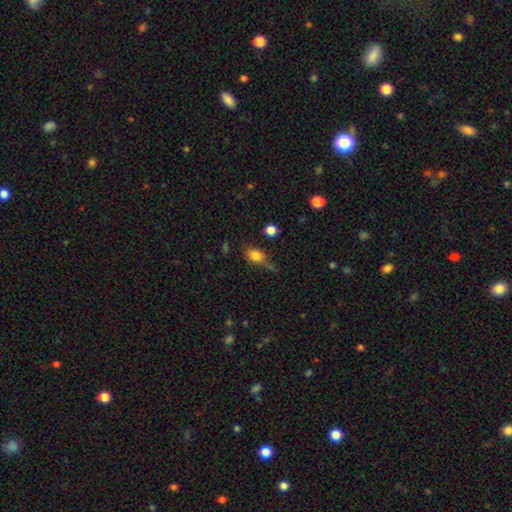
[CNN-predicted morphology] Overall: smooth (81%). How rounded: in between (69%). Merging: none (53%; minor disturbance 25%).